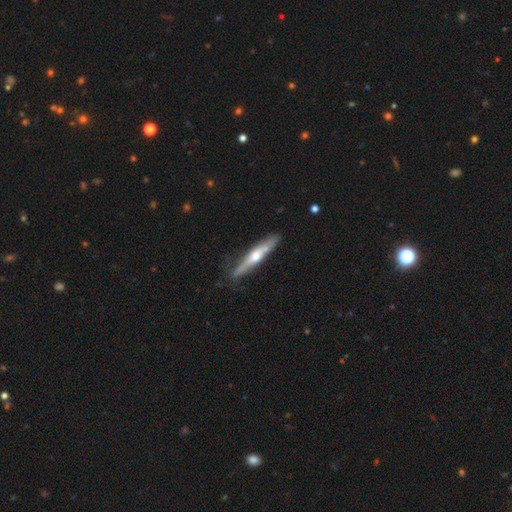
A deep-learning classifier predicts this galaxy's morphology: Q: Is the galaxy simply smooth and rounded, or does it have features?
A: featured or disk — 62%.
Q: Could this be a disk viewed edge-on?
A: yes — 92%.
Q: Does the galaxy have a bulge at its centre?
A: rounded — 83%.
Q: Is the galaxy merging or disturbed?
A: none — 77%.